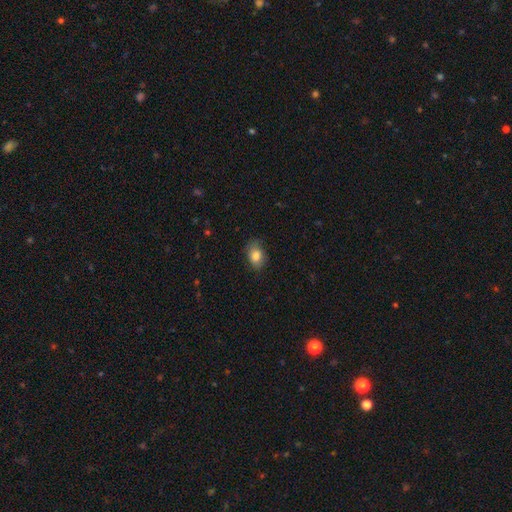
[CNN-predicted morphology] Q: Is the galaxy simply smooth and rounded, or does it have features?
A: smooth — 82%.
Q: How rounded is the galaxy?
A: in between — 79%.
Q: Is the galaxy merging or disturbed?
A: none — 75%.